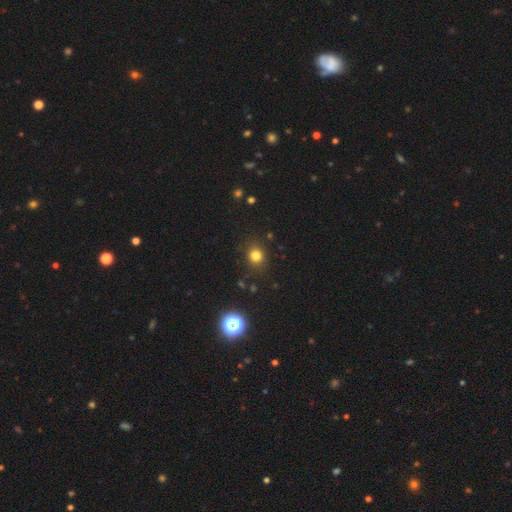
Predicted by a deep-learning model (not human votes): smooth-or-featured: smooth: 79% | star or artifact: 15% | featured or disk: 5%
  how-rounded: round: 80% | in between: 19% | cigar-shaped: 1%
  merging: none: 86% | minor disturbance: 9% | major disturbance: 3% | merger: 2%